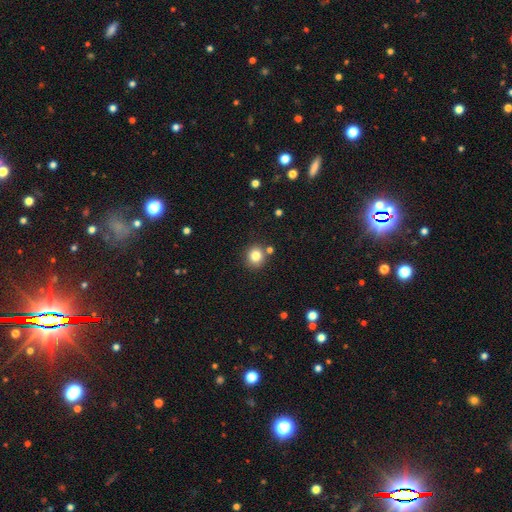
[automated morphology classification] Overall: smooth (81%). How rounded: round (89%). Merging: none (82%).